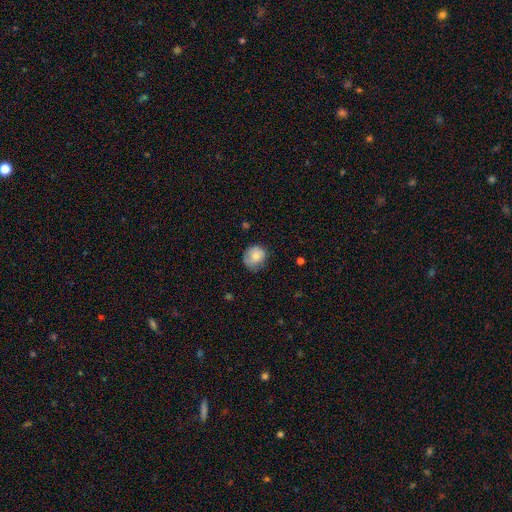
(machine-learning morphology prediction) smooth_or_featured: smooth (p=0.76) [alt: featured or disk p=0.15]
how_rounded: round (p=0.78) [alt: in between p=0.21]
merging: none (p=0.66) [alt: minor disturbance p=0.27]